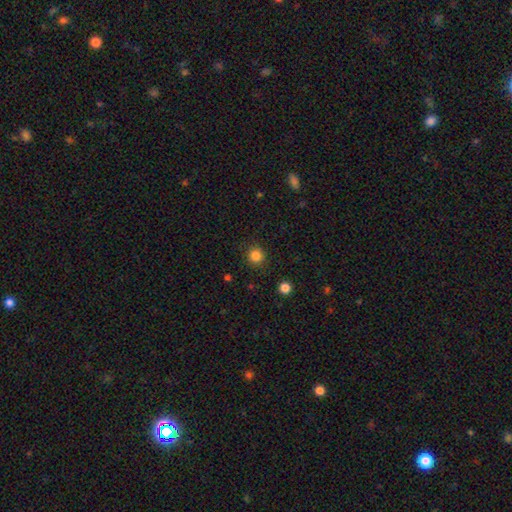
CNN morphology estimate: Smooth or featured?
  - smooth: 84% *
  - star or artifact: 12%
  - featured or disk: 3%
How rounded?
  - round: 92% *
  - in between: 7%
  - cigar-shaped: 1%
Merging?
  - none: 89% *
  - minor disturbance: 7%
  - major disturbance: 2%
  - merger: 1%